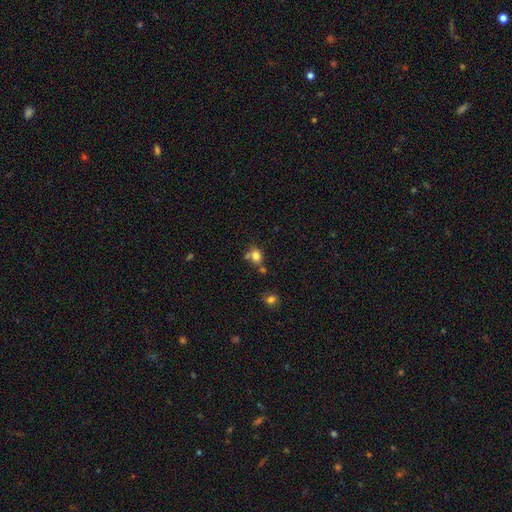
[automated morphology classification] type=smooth (78%); roundness=round (51%); merging=none (55%).